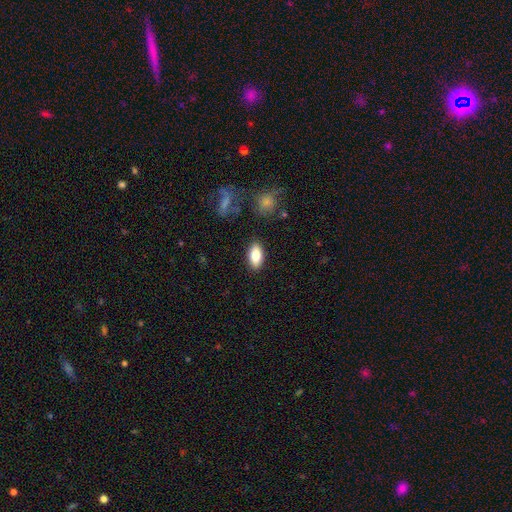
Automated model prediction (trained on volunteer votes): Smooth or featured: smooth — 81% (featured or disk — 11%)
How rounded: in between — 90% (cigar-shaped — 7%)
Merging: none — 88% (minor disturbance — 9%)